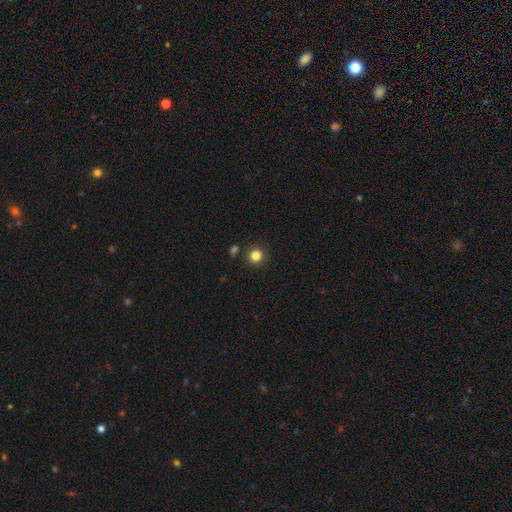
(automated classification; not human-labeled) A smooth galaxy with no disk features (83%) that is round (93%). Merging: none (86%).